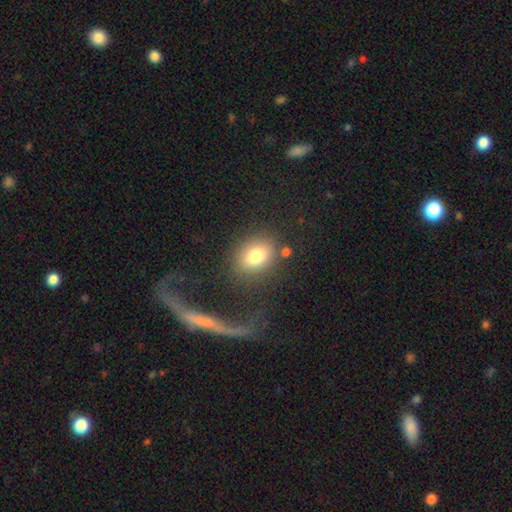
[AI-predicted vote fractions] Morphology: type=smooth (79%); roundness=in between (61%); merging=none (79%).